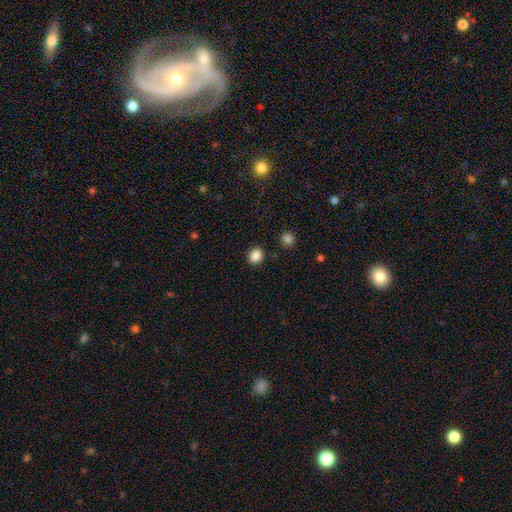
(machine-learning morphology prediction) type=smooth (87%); roundness=round (74%); merging=none (88%).